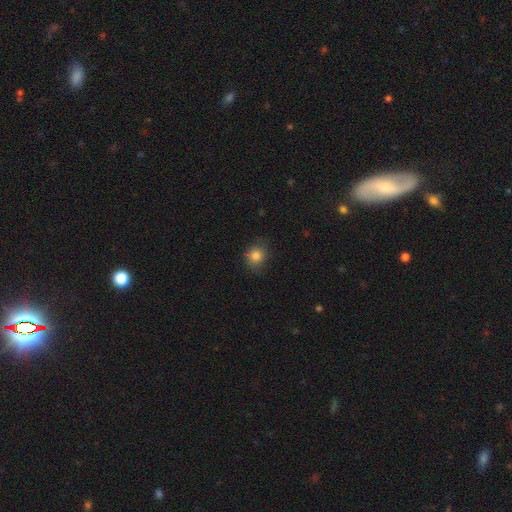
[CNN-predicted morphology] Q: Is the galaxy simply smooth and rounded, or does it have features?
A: smooth — 83%.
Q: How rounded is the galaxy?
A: round — 73%.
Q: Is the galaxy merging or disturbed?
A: none — 76%.